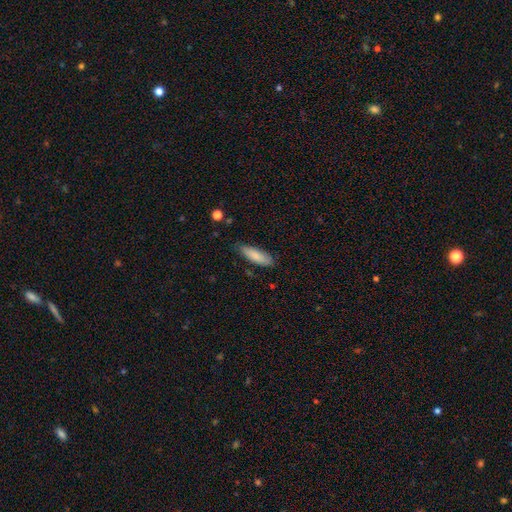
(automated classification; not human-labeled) The model was most divided on "how rounded": cigar-shaped: 50%, in between: 49%, round: 1%. More confident: smooth or featured — smooth (84%); merging — none (78%).